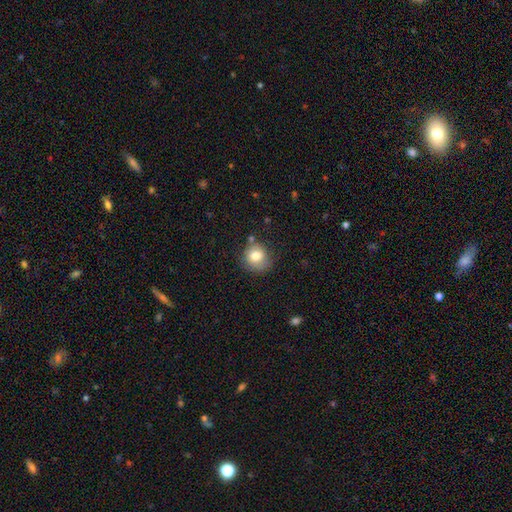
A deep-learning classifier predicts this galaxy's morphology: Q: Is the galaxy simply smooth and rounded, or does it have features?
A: smooth — 79%.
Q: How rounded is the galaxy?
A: round — 81%.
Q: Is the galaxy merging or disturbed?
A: none — 70%.